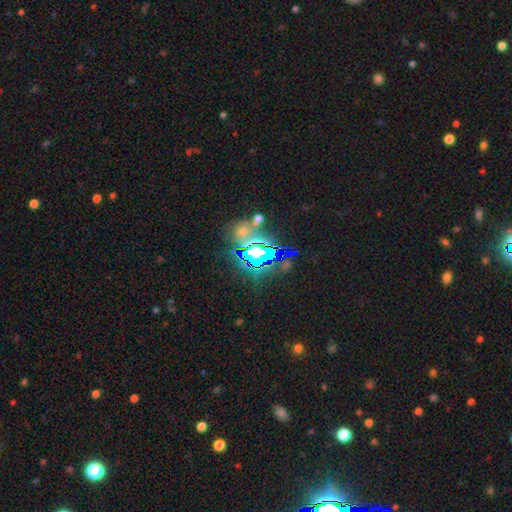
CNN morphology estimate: Smooth or featured?
  - star or artifact: 78% *
  - smooth: 13%
  - featured or disk: 9%